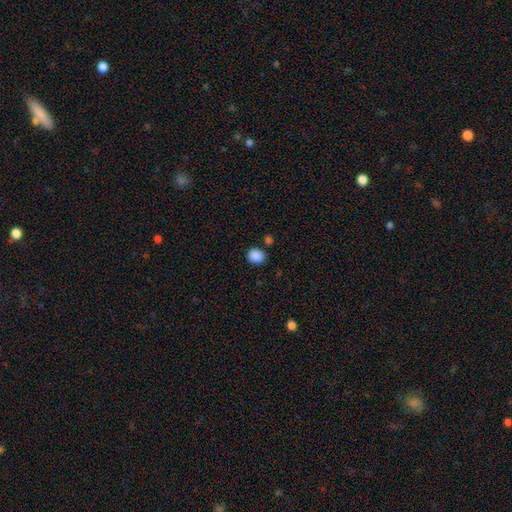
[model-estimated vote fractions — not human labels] Overall: smooth (88%). How rounded: round (70%). Merging: none (81%).